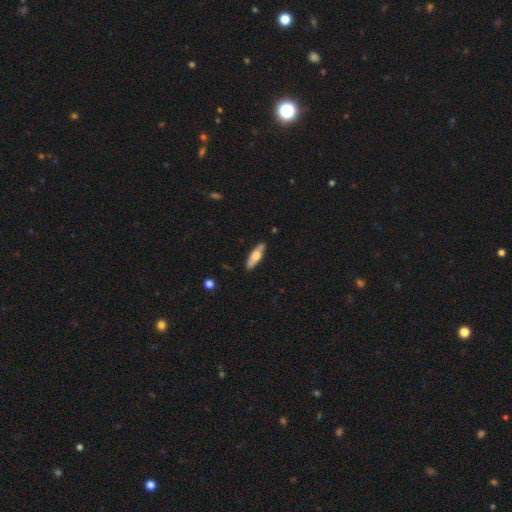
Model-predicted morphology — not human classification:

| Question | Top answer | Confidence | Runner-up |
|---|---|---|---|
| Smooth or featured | smooth | 56% | featured or disk (39%) |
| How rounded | cigar-shaped | 58% | in between (40%) |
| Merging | none | 88% | minor disturbance (9%) |